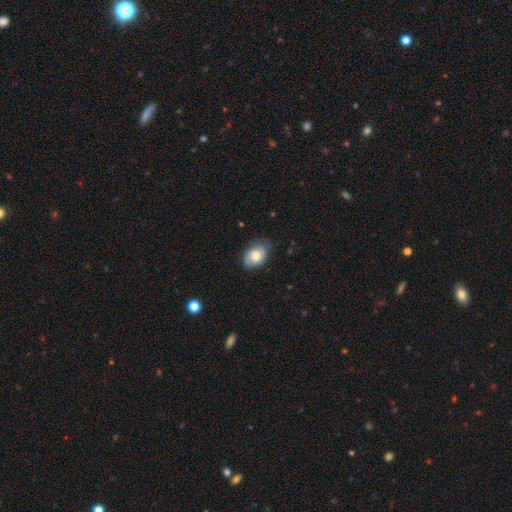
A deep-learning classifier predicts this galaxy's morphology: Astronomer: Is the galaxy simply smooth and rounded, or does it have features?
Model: smooth — 54% (runner-up: featured or disk, 38%).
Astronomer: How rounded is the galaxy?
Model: in between — 78%.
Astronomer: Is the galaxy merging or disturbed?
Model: none — 70%.